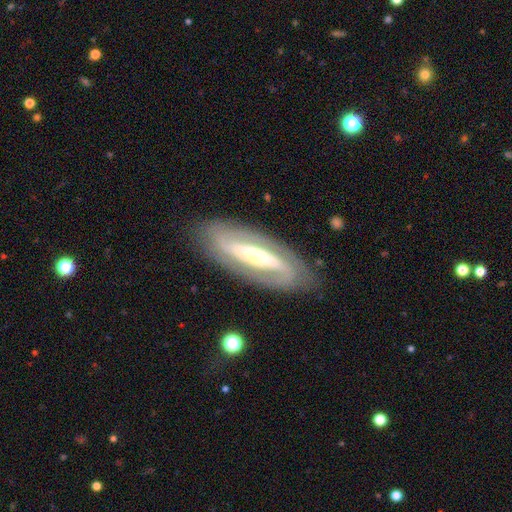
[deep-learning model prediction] Smooth or featured? Predicted: featured or disk (p=0.85). Edge-on disk? Predicted: no (p=0.89). Bar? Predicted: strong (p=0.54). Spiral arms? Predicted: yes (p=0.88). Spiral winding? Predicted: tight (p=0.42). Spiral arm count? Predicted: 2 (p=0.85). Bulge size? Predicted: moderate (p=0.46). Merging? Predicted: none (p=0.84).